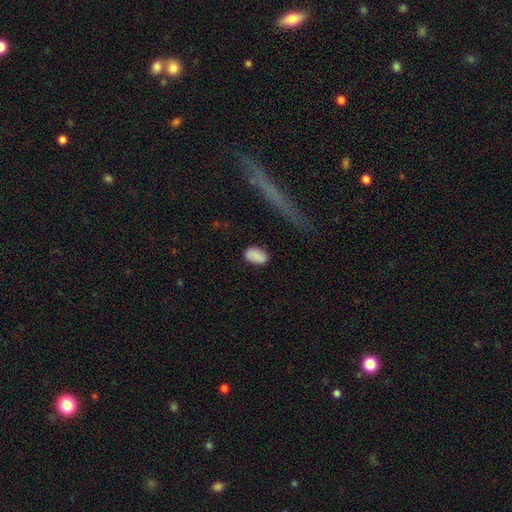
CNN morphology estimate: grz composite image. It shows a smooth galaxy with no disk features (84%) that is in between round and cigar-shaped (88%). Merging: none (74%).